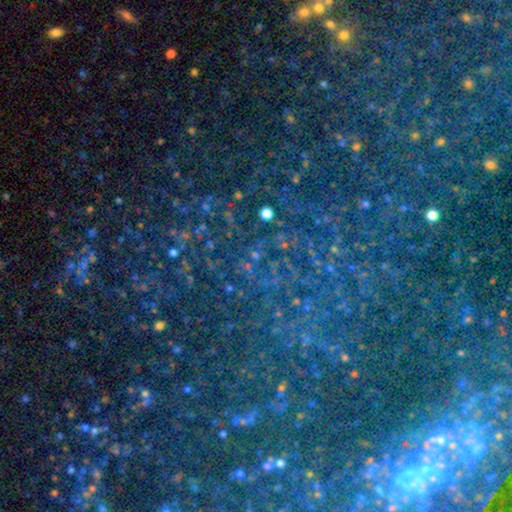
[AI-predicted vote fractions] Overall: star or artifact (82%).